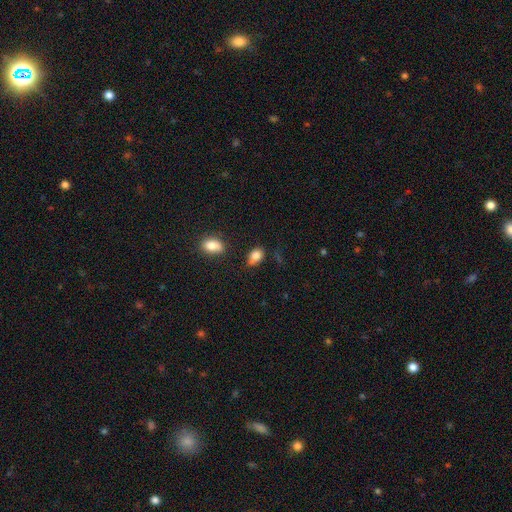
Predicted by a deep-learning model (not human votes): Smooth or featured? Predicted: smooth (p=0.83). How rounded? Predicted: in between (p=0.81). Merging? Predicted: none (p=0.51).